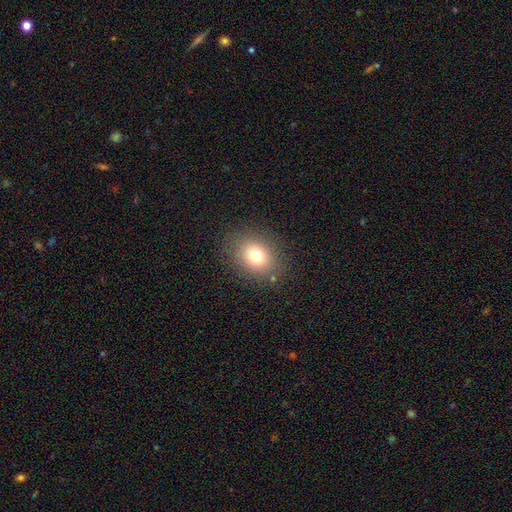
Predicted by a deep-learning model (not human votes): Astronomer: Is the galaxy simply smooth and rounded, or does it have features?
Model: smooth — 77%.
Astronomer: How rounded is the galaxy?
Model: round — 53% (runner-up: in between, 46%).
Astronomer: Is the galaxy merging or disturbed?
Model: none — 84%.